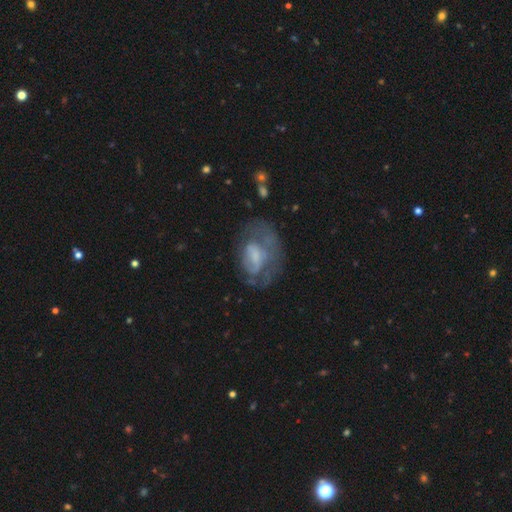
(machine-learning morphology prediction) Overall: featured or disk (58%; smooth 33%). Edge-on disk: no (96%). Bar: no (57%; weak 34%). Spiral arms: yes (53%; no 47%). Bulge size: small (32%; moderate 29%). Merging: none (42%; major disturbance 31%).